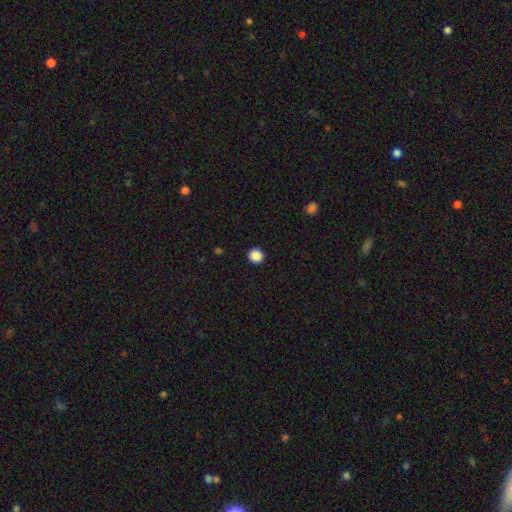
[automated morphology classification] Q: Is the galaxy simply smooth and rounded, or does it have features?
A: smooth — 88%.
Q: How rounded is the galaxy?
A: round — 92%.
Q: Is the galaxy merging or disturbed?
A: none — 93%.